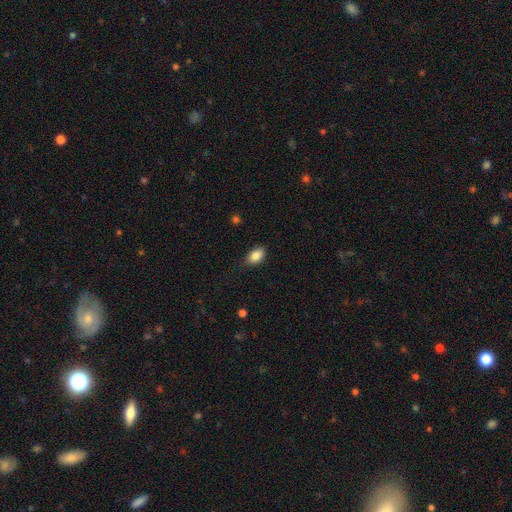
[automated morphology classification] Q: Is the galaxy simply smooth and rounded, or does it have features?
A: smooth — 85%.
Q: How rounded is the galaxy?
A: in between — 88%.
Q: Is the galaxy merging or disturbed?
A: none — 76%.